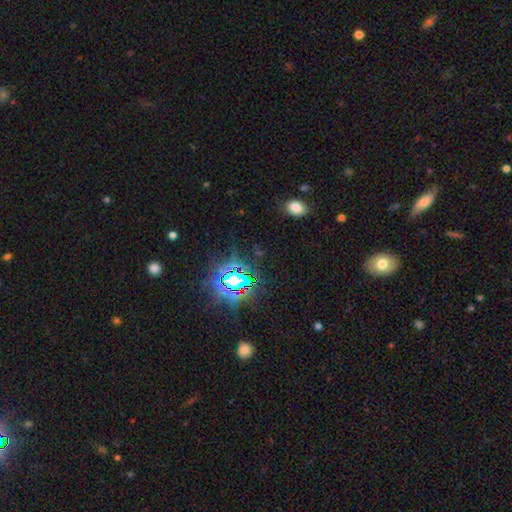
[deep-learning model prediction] Overall: star or artifact (72%).